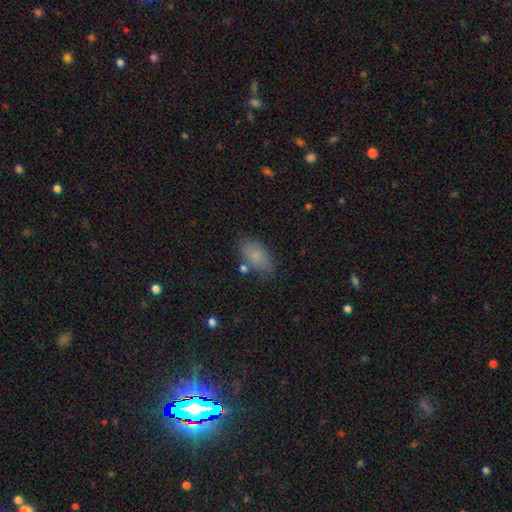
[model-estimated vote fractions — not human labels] The model was most divided on "merging": none: 72%, minor disturbance: 18%, merger: 5%, major disturbance: 5%. More confident: how rounded — in between (91%); smooth or featured — smooth (81%).